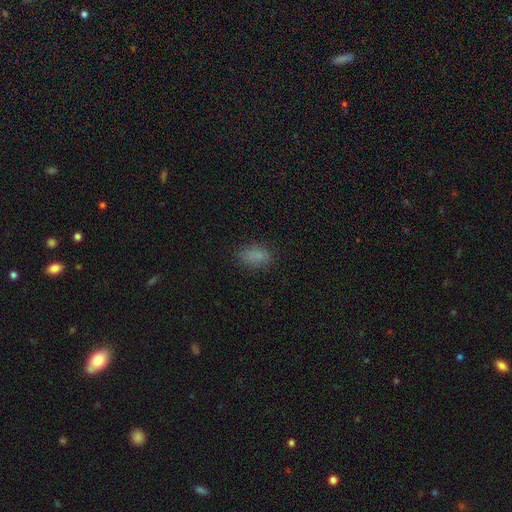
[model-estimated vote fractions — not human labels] This is clearly a smooth galaxy (84%). How rounded: clearly in between (90%). Merging: clearly none (82%).